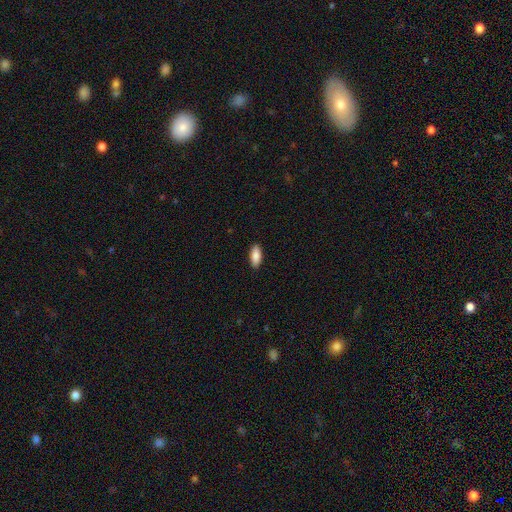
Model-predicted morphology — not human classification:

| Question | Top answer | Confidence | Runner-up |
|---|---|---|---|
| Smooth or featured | smooth | 86% | featured or disk (8%) |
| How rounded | in between | 82% | cigar-shaped (16%) |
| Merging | none | 90% | minor disturbance (7%) |